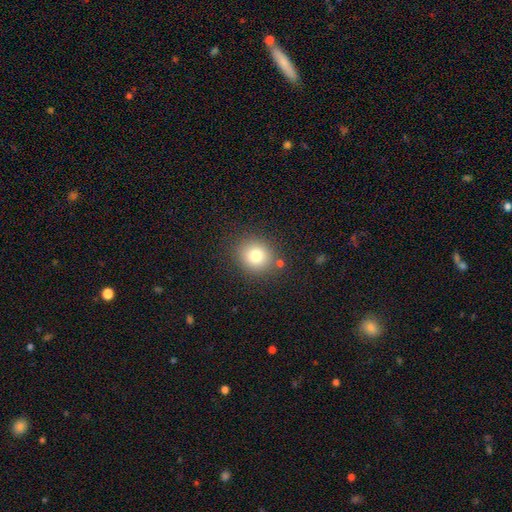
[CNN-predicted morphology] Smooth or featured? Predicted: smooth (p=0.79). How rounded? Predicted: round (p=0.83). Merging? Predicted: none (p=0.84).